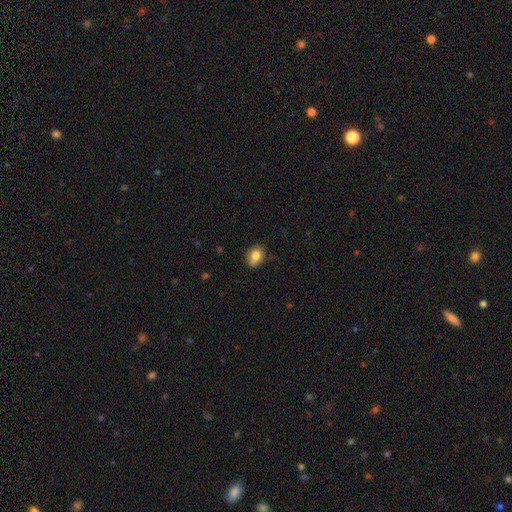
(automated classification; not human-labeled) Smooth or featured: smooth — 81% (featured or disk — 10%)
How rounded: in between — 57% (round — 42%)
Merging: none — 71% (minor disturbance — 23%)